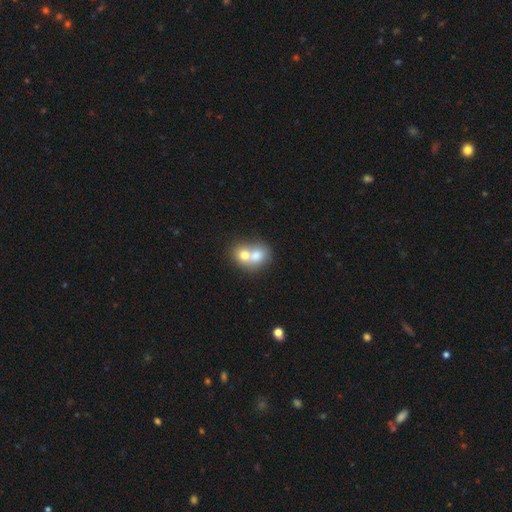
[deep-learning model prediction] smooth 69%, featured or disk 22%, star or artifact 8%. Down the decision tree: how rounded — round (59%); merging — merger (76%).